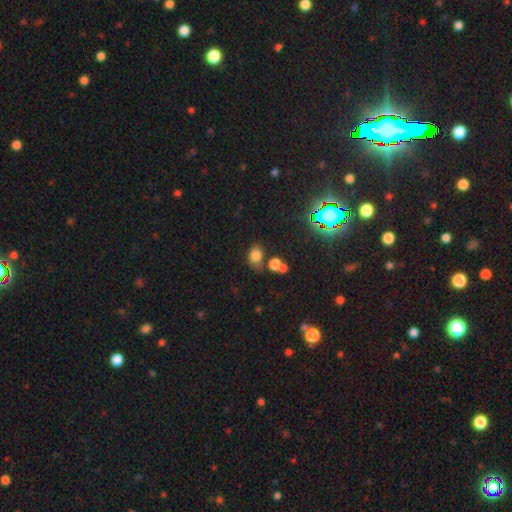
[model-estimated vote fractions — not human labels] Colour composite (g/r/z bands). It shows a smooth galaxy with no disk features (75%) that is in between round and cigar-shaped (52%). Merging: none (59%).